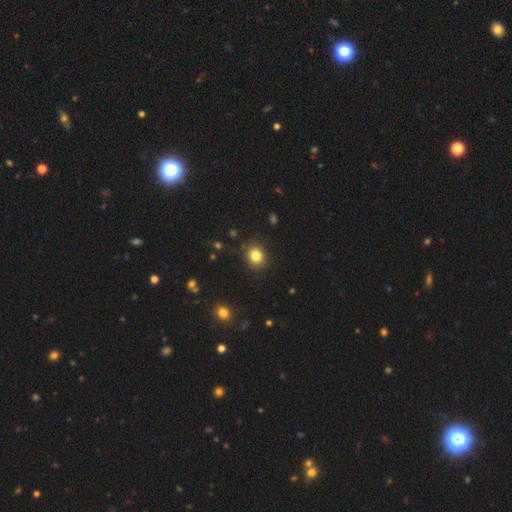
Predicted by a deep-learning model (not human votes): smooth_or_featured: smooth (p=0.82) [alt: star or artifact p=0.12]
how_rounded: round (p=0.69) [alt: in between p=0.30]
merging: none (p=0.87) [alt: minor disturbance p=0.09]